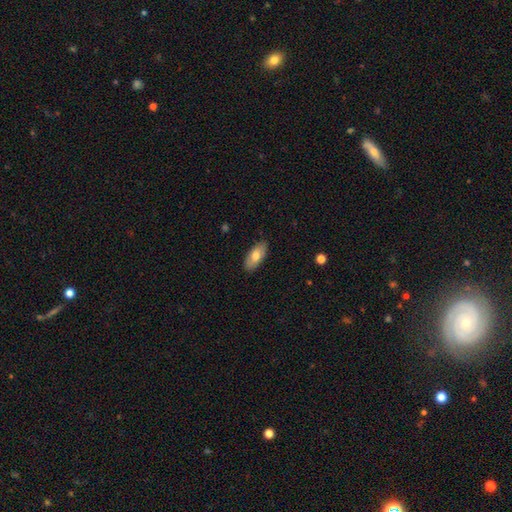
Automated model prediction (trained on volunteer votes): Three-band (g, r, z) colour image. It shows a smooth galaxy with no disk features (70%) that is in between round and cigar-shaped (90%). Merging: none (87%).